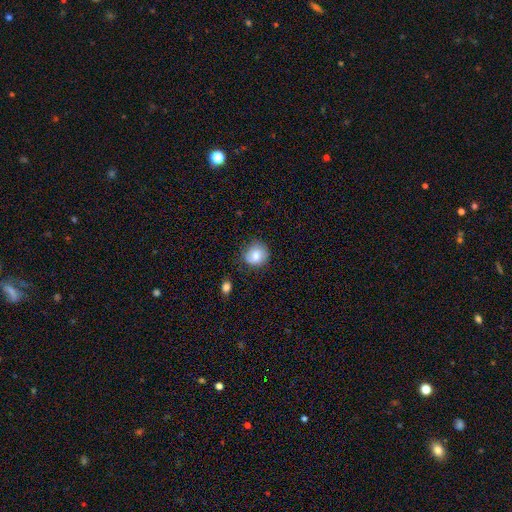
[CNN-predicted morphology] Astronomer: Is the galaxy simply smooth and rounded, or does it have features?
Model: smooth — 76%.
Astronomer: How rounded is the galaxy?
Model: round — 82%.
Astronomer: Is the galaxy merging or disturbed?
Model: none — 75%.